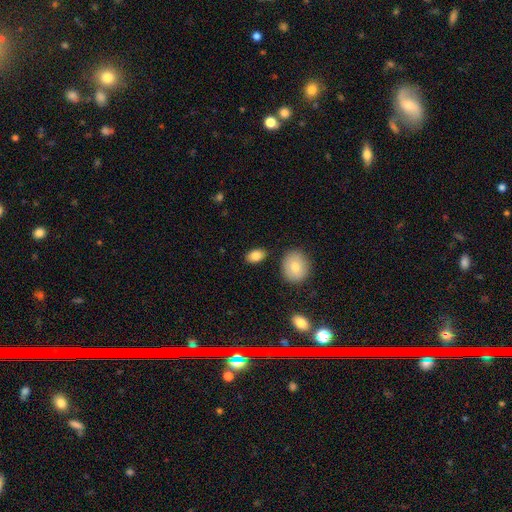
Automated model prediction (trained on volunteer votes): Overall: smooth (85%). How rounded: in between (85%). Merging: none (84%).